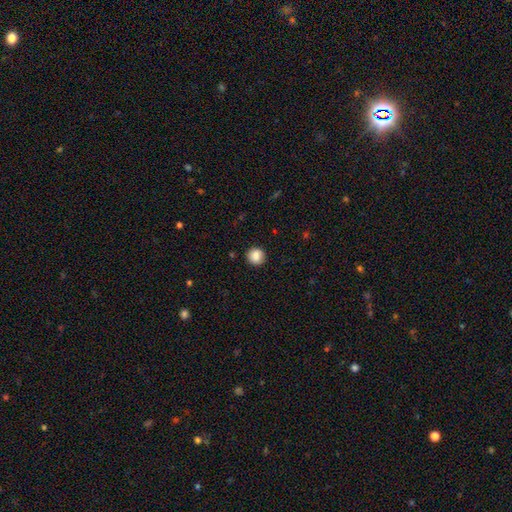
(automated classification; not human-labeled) Smooth or featured: smooth — 87% (star or artifact — 9%)
How rounded: round — 91% (in between — 8%)
Merging: none — 91% (minor disturbance — 6%)